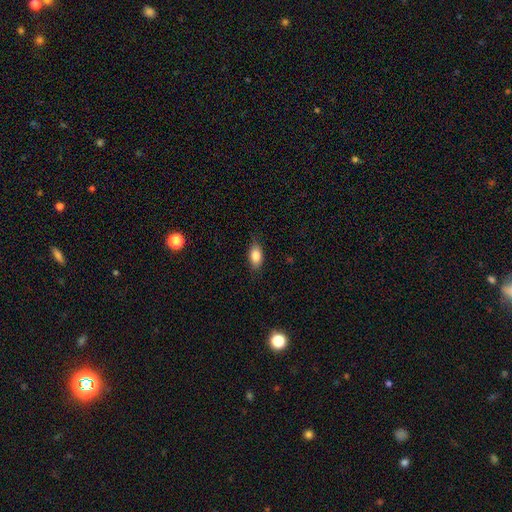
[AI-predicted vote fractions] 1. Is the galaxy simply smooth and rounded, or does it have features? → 84% smooth, 8% featured or disk, 7% star or artifact.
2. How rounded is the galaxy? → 89% in between, 6% cigar-shaped, 6% round.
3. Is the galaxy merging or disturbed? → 81% none, 14% minor disturbance, 3% major disturbance, 1% merger.